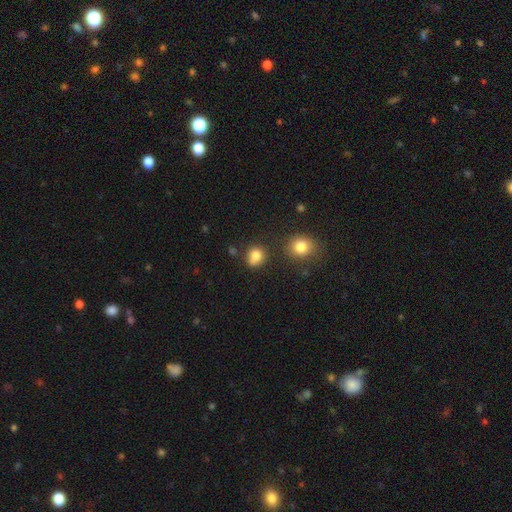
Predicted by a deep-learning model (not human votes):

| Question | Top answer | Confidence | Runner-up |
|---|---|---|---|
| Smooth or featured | smooth | 81% | star or artifact (12%) |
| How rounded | round | 72% | in between (27%) |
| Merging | none | 60% | minor disturbance (20%) |